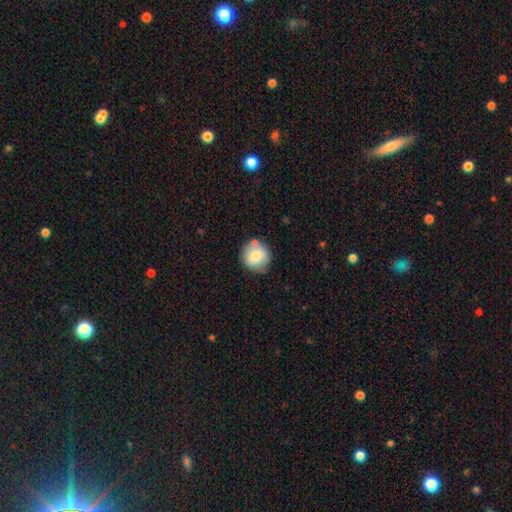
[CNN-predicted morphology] Smooth or featured: smooth — 78% (featured or disk — 14%)
How rounded: round — 89% (in between — 10%)
Merging: none — 67% (minor disturbance — 21%)